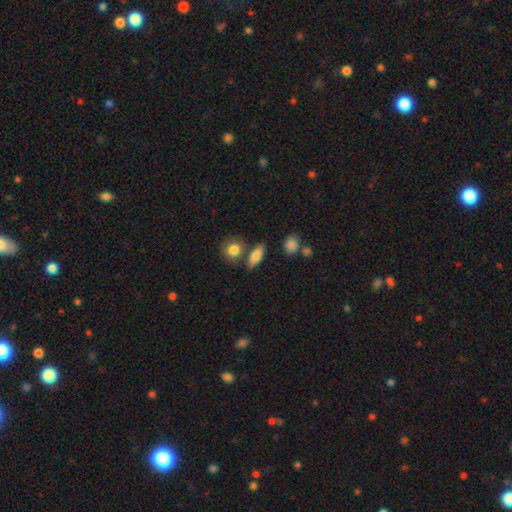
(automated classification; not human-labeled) Smooth or featured: smooth — 78% (featured or disk — 14%)
How rounded: in between — 61% (cigar-shaped — 27%)
Merging: none — 73% (merger — 12%)